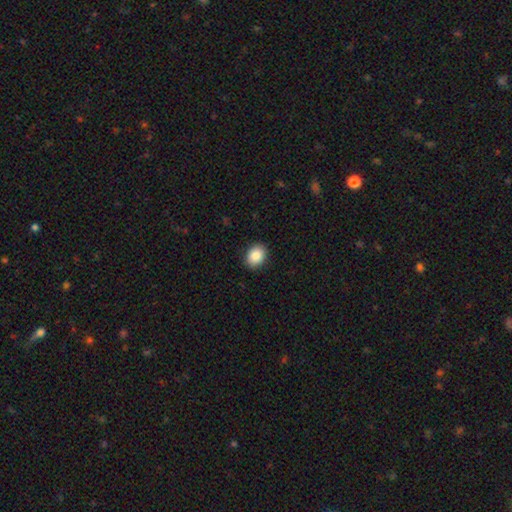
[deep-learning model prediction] Smooth or featured? smooth (87%)
How rounded? in between (55%)
Merging? none (90%)